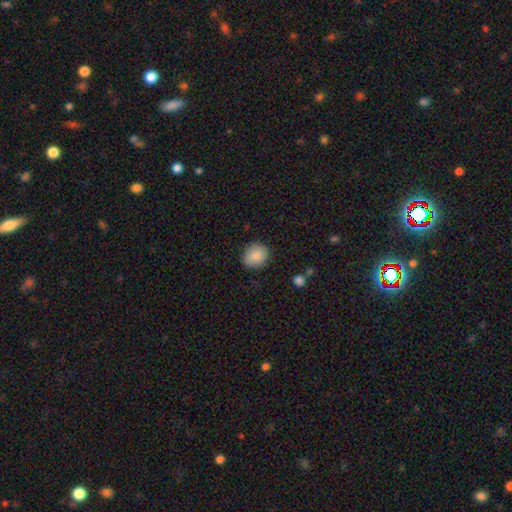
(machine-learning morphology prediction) A smooth galaxy with no disk features (86%) that is round (74%).

Vote fractions:
- Smooth or featured? smooth: 86% / star or artifact: 7% / featured or disk: 6%
- How rounded? round: 74% / in between: 25% / cigar-shaped: 1%
- Merging? none: 85% / minor disturbance: 11% / major disturbance: 3% / merger: 1%